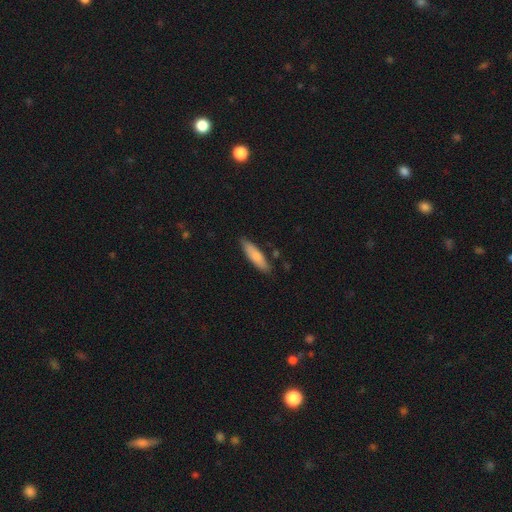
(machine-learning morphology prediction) Q: Smooth or featured?
A: smooth (78%); runner-up: featured or disk (16%)
Q: How rounded?
A: cigar-shaped (66%); runner-up: in between (33%)
Q: Merging?
A: none (81%); runner-up: minor disturbance (14%)